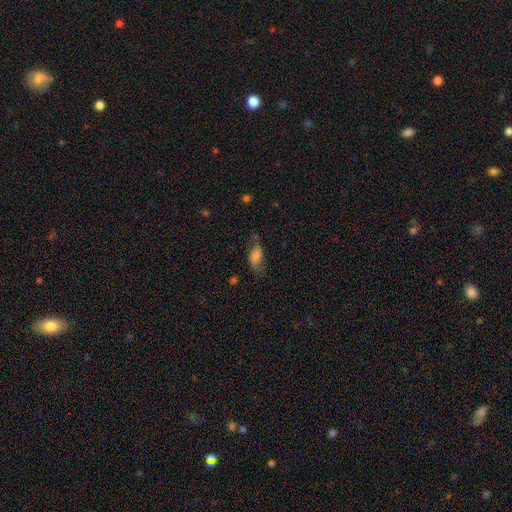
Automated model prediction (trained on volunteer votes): A smooth galaxy with no disk features (74%) that is in between round and cigar-shaped (87%).

Vote fractions:
- Smooth or featured? smooth: 74% / featured or disk: 17% / star or artifact: 9%
- How rounded? in between: 87% / cigar-shaped: 9% / round: 4%
- Merging? none: 52% / minor disturbance: 29% / major disturbance: 16% / merger: 3%